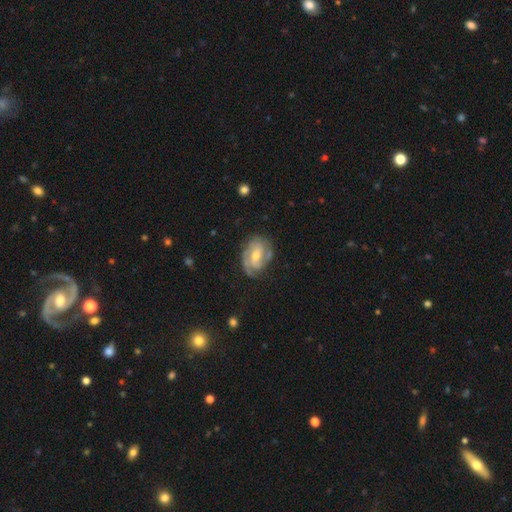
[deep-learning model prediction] Smooth or featured? Predicted: featured or disk (p=0.78). Edge-on disk? Predicted: no (p=0.97). Bar? Predicted: no (p=0.46). Spiral arms? Predicted: yes (p=0.92). Spiral winding? Predicted: tight (p=0.49). Spiral arm count? Predicted: 2 (p=0.48). Bulge size? Predicted: moderate (p=0.55). Merging? Predicted: none (p=0.68).